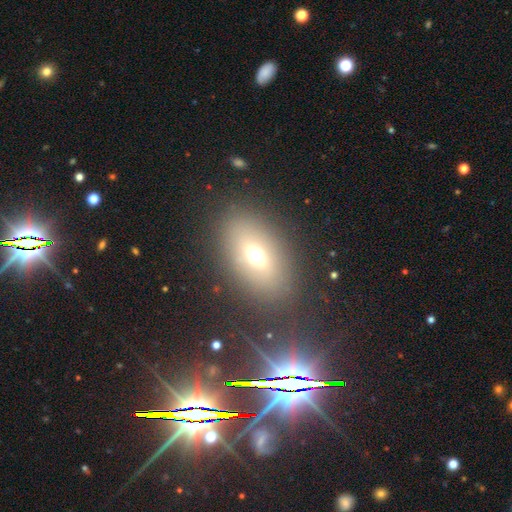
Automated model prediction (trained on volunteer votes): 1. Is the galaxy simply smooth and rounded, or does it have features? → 59% smooth, 24% featured or disk, 17% star or artifact.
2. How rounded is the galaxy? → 82% in between, 15% round, 3% cigar-shaped.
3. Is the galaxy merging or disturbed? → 80% none, 11% minor disturbance, 6% major disturbance, 3% merger.